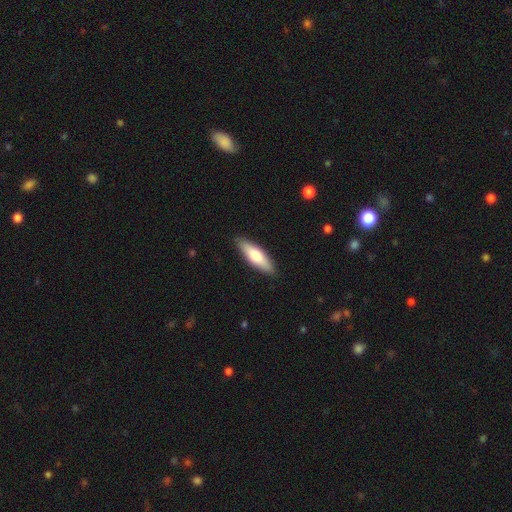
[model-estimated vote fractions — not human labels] Smooth or featured? smooth (66%)
How rounded? in between (50%)
Merging? none (89%)